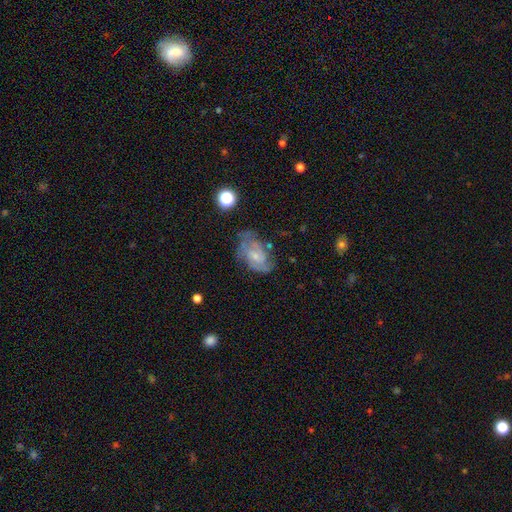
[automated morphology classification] Overall: featured or disk (67%). Edge-on disk: no (97%). Bar: no (56%; weak 37%). Spiral arms: yes (80%). Spiral arm count: 2 (41%; can't tell 36%). Spiral winding: medium (44%; tight 38%). Bulge size: small (63%; moderate 26%). Merging: none (49%; minor disturbance 28%).